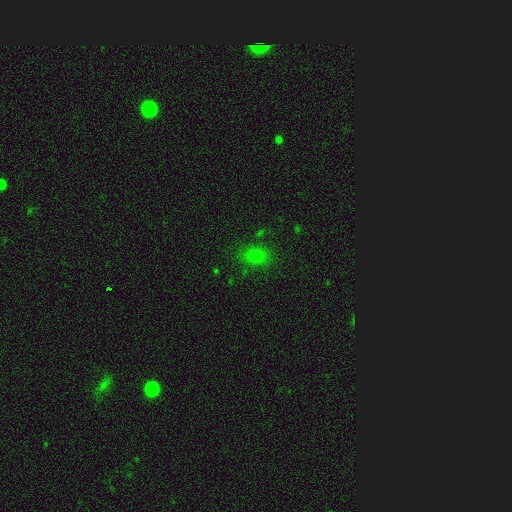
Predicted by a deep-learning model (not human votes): Smooth or featured: smooth — 74% (star or artifact — 19%)
How rounded: round — 61% (in between — 37%)
Merging: none — 81% (minor disturbance — 13%)